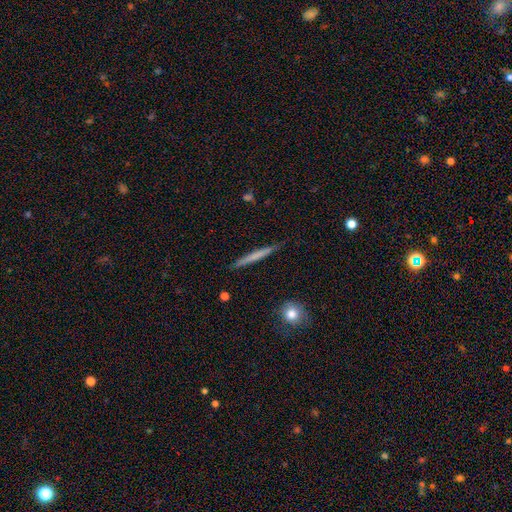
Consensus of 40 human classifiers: Volunteers were most divided on "smooth or featured": smooth: 57%, featured or disk: 38%, star or artifact: 5%. More confident: how rounded — cigar-shaped (91%); merging — none (89%).